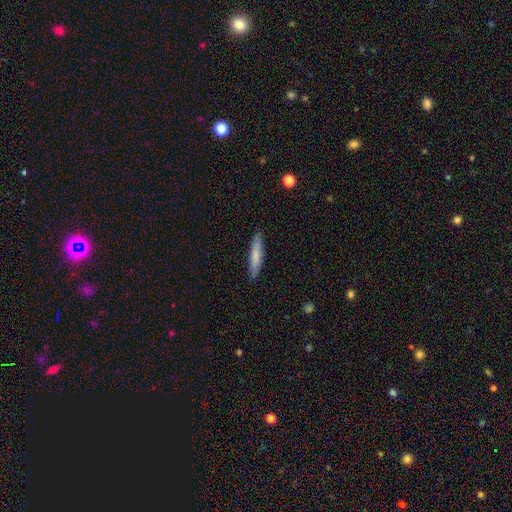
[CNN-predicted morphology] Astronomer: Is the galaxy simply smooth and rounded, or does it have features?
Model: smooth — 73%.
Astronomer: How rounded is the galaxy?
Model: cigar-shaped — 90%.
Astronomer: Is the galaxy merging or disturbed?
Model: none — 89%.